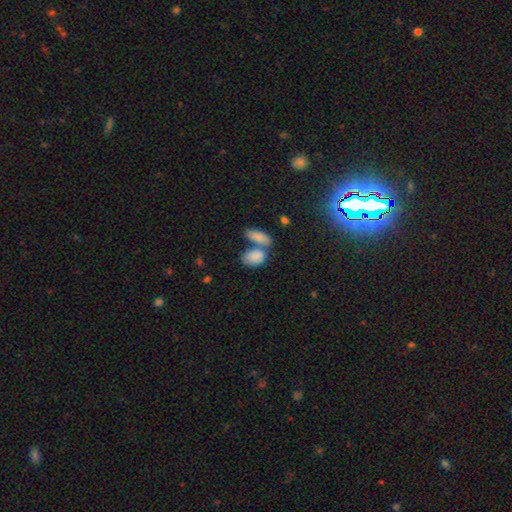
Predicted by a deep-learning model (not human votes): Morphology: type=smooth (85%); roundness=in between (90%); merging=merger (46%).